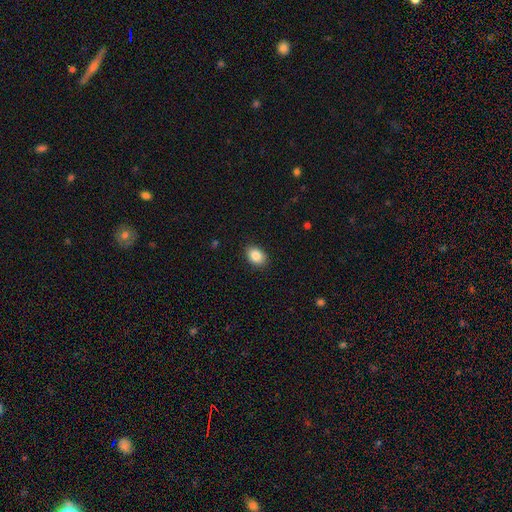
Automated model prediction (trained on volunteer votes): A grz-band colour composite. It shows a smooth galaxy with no disk features (87%) that is in between round and cigar-shaped (79%). Merging: none (88%).